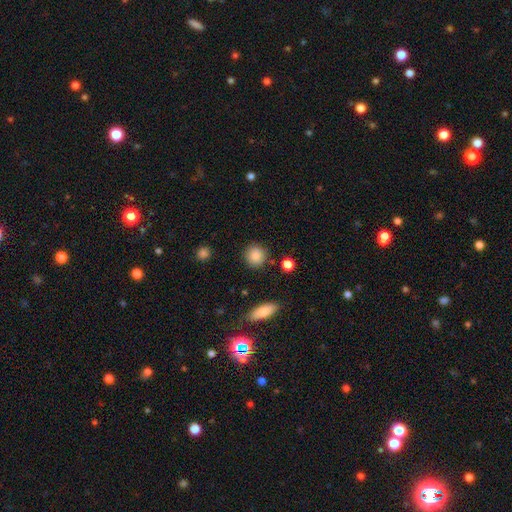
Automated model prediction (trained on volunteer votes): Smooth or featured? smooth (87%)
How rounded? round (90%)
Merging? none (88%)